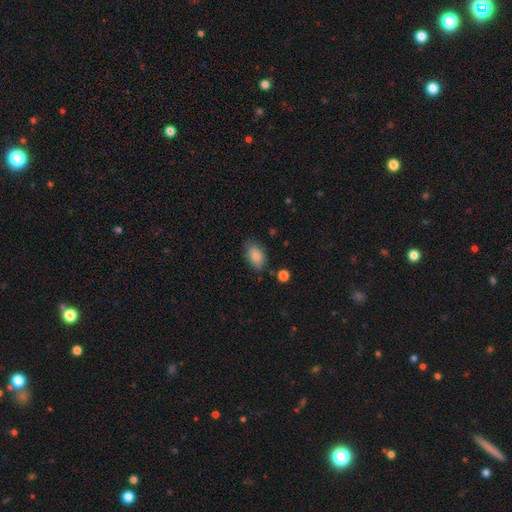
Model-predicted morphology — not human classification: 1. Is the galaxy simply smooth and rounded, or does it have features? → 85% smooth, 8% star or artifact, 7% featured or disk.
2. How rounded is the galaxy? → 89% in between, 8% round, 2% cigar-shaped.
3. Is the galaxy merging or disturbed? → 75% none, 18% minor disturbance, 4% major disturbance, 3% merger.